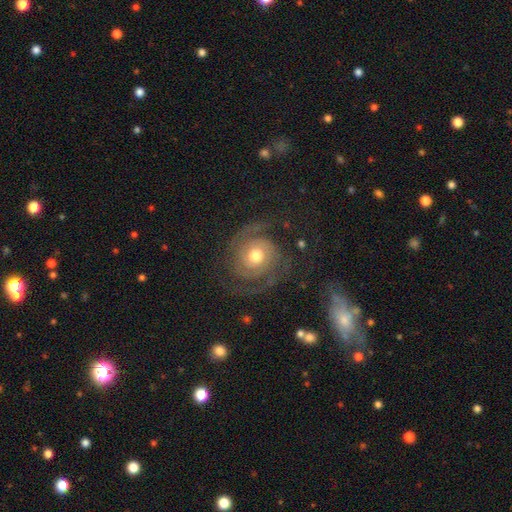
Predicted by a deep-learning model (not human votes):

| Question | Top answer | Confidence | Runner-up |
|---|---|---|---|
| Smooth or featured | featured or disk | 87% | smooth (7%) |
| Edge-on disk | no | 98% | yes (2%) |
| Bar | no | 78% | weak (18%) |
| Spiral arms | yes | 97% | no (3%) |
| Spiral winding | tight | 57% | medium (33%) |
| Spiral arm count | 2 | 58% | 3 (14%) |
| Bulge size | moderate | 74% | small (14%) |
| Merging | none | 74% | minor disturbance (13%) |